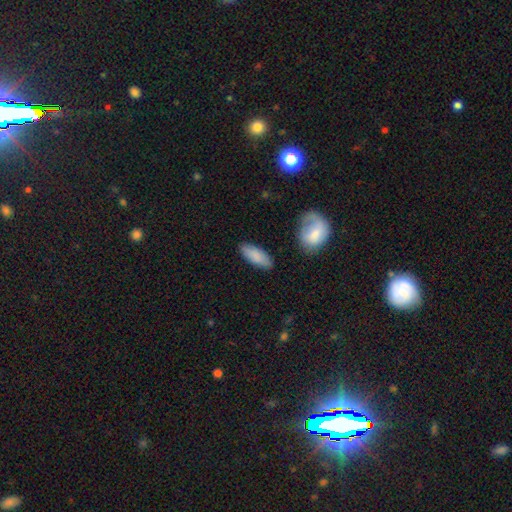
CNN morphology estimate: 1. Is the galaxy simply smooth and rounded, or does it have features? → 85% smooth, 9% featured or disk, 6% star or artifact.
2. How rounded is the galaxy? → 78% in between, 20% cigar-shaped, 2% round.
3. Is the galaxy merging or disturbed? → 84% none, 11% minor disturbance, 3% major disturbance, 2% merger.